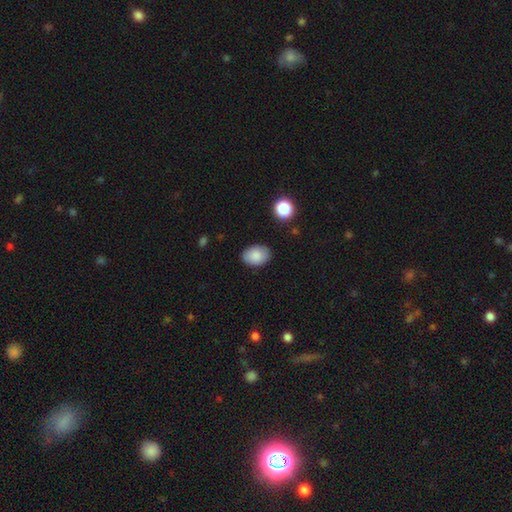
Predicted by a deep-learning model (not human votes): Smooth or featured? Predicted: smooth (p=0.87). How rounded? Predicted: in between (p=0.79). Merging? Predicted: none (p=0.85).